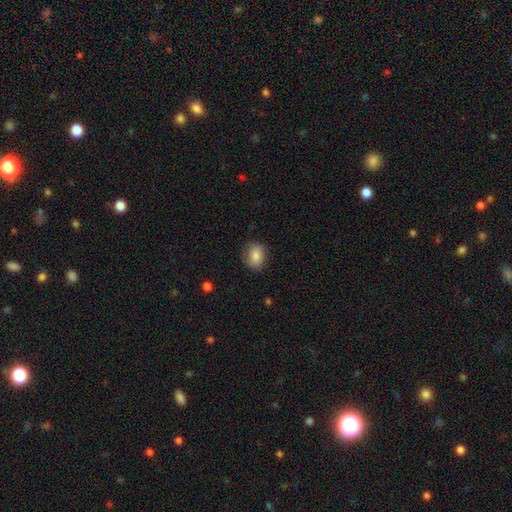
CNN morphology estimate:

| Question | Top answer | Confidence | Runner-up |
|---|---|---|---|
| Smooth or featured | smooth | 83% | featured or disk (9%) |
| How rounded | in between | 54% | round (45%) |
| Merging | none | 79% | minor disturbance (16%) |